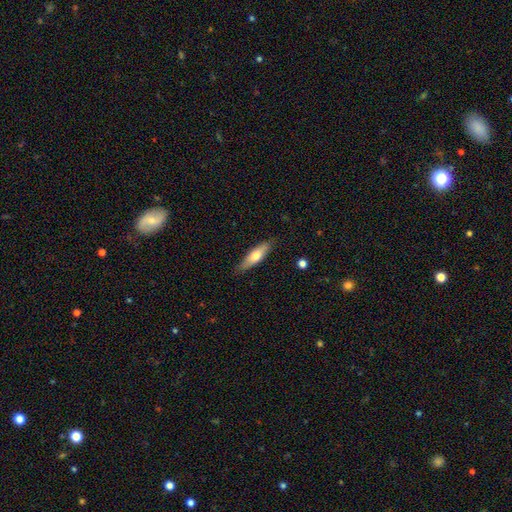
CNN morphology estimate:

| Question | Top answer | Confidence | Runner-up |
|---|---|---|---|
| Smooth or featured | smooth | 63% | featured or disk (32%) |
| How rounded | cigar-shaped | 59% | in between (39%) |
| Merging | none | 83% | minor disturbance (13%) |